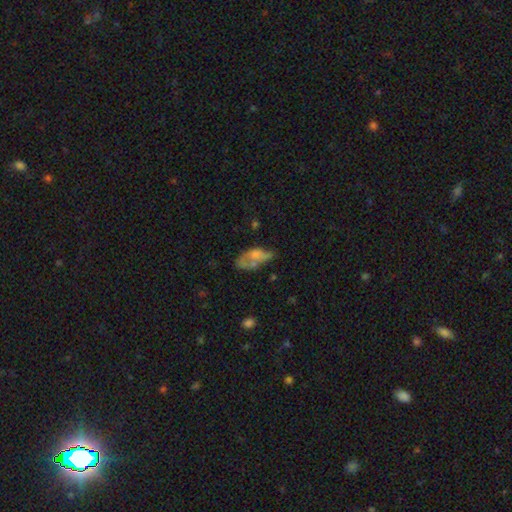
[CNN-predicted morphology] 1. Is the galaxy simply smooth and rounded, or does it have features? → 52% smooth, 37% featured or disk, 10% star or artifact.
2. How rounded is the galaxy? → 88% in between, 7% cigar-shaped, 5% round.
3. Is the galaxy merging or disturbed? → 31% major disturbance, 27% none, 25% minor disturbance, 17% merger.